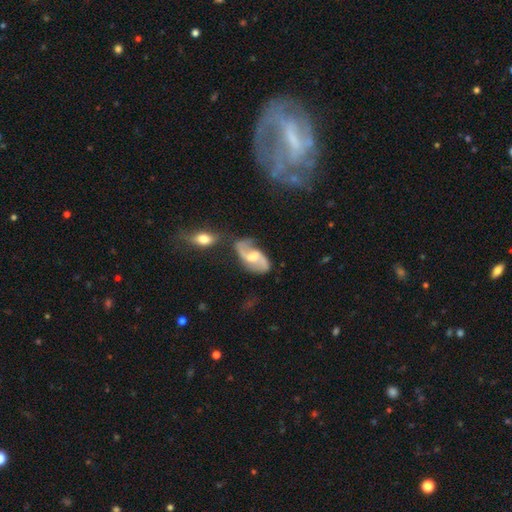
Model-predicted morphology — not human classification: Overall: featured or disk (83%). Edge-on disk: no (96%). Bar: weak (51%; no 34%). Spiral arms: yes (94%). Spiral arm count: 2 (91%). Spiral winding: loose (56%; medium 35%). Bulge size: moderate (58%; small 26%). Merging: none (58%; minor disturbance 20%).